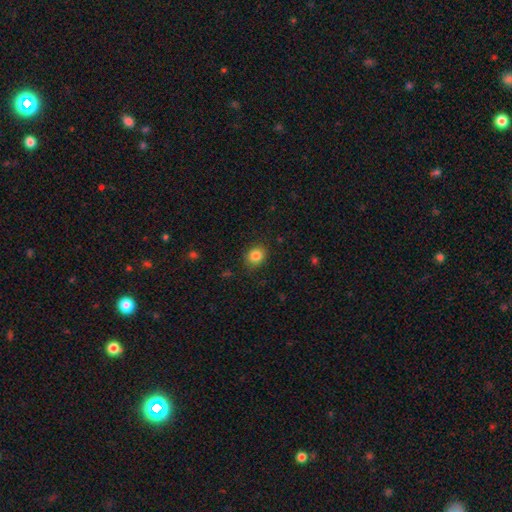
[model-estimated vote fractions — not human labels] A smooth galaxy with no disk features (84%) that is round (67%). Merging: none (85%).